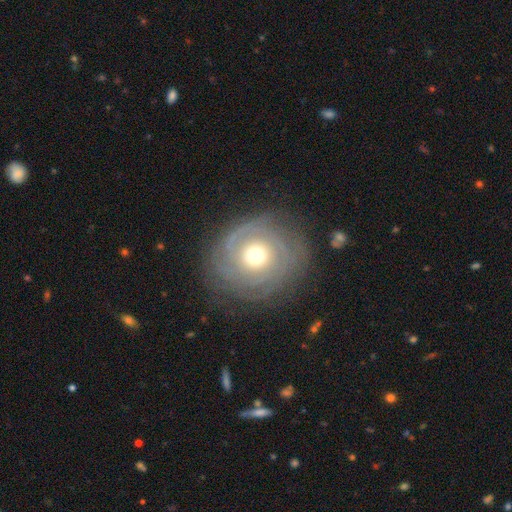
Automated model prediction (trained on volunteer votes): featured or disk 71%, smooth 21%, star or artifact 8%. Down the decision tree: edge-on disk — no (97%); bar — no (85%); spiral arms — yes (83%); spiral arm count — can't tell (43%); spiral winding — tight (75%); bulge size — moderate (61%); merging — none (77%).